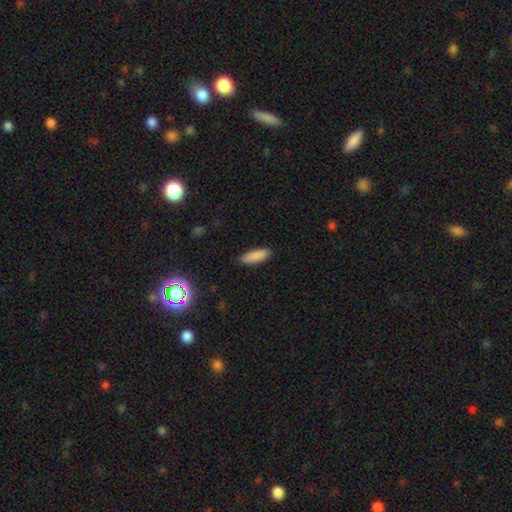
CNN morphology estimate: Smooth or featured?
  - smooth: 88% *
  - star or artifact: 7%
  - featured or disk: 5%
How rounded?
  - in between: 57% *
  - cigar-shaped: 42%
  - round: 2%
Merging?
  - none: 88% *
  - minor disturbance: 9%
  - major disturbance: 2%
  - merger: 1%